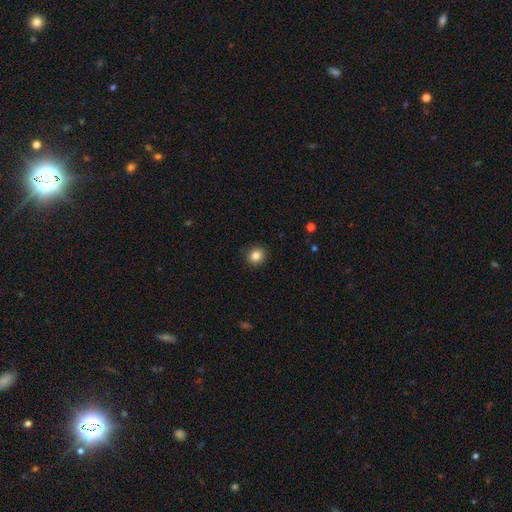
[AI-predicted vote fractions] A smooth galaxy with no disk features (83%) that is round (89%). Merging: none (91%).